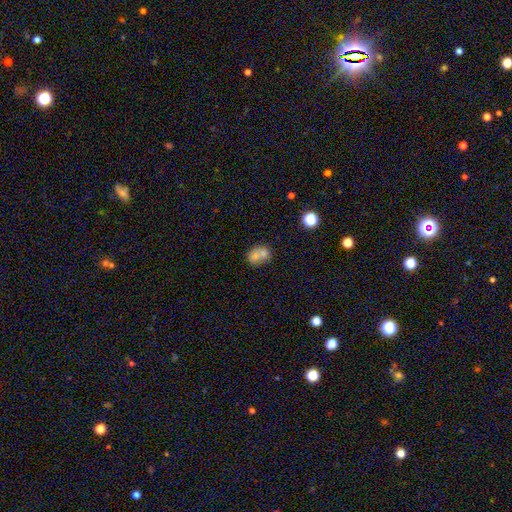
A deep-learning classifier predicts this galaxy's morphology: Smooth or featured? Predicted: smooth (p=0.66). How rounded? Predicted: round (p=0.51). Merging? Predicted: merger (p=0.51).